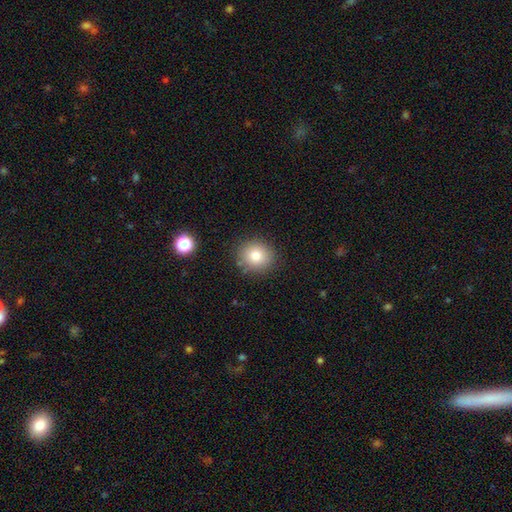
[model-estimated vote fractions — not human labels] Smooth or featured?
  - smooth: 80% *
  - star or artifact: 11%
  - featured or disk: 9%
How rounded?
  - round: 85% *
  - in between: 15%
  - cigar-shaped: 1%
Merging?
  - none: 86% *
  - minor disturbance: 9%
  - major disturbance: 3%
  - merger: 2%